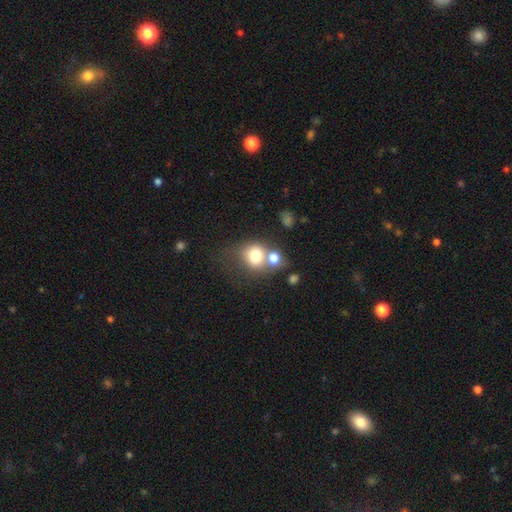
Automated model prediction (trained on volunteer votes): This appears to be a smooth galaxy with no disk features (74%) that is round (72%). Merging: merger (47%).